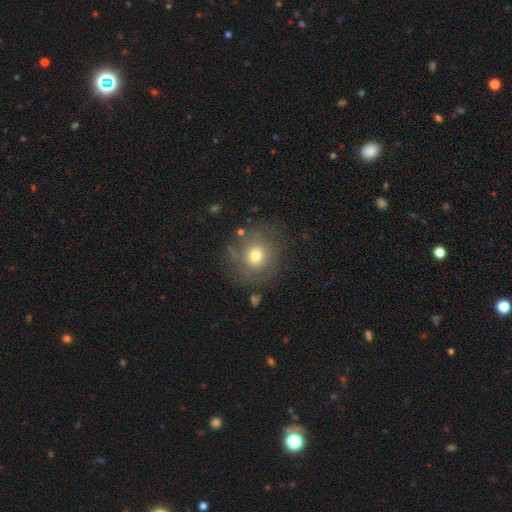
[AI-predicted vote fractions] Q: Smooth or featured?
A: smooth (68%); runner-up: featured or disk (18%)
Q: How rounded?
A: round (89%); runner-up: in between (10%)
Q: Merging?
A: none (76%); runner-up: minor disturbance (14%)